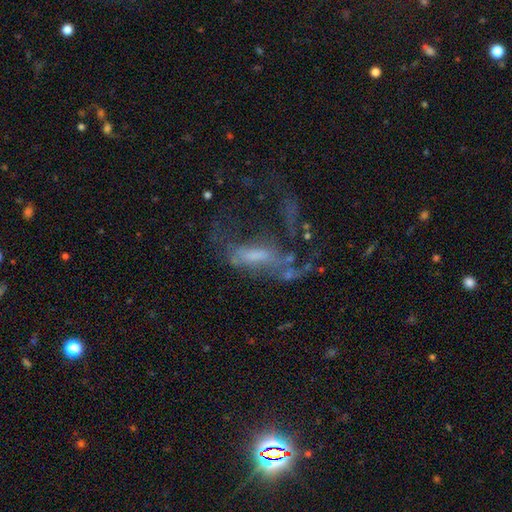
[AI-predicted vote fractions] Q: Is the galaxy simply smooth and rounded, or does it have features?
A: featured or disk — 62%.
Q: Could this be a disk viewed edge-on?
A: no — 87%.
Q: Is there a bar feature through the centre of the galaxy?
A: no — 42%.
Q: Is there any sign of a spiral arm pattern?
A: no — 52%.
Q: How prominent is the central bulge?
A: small — 33%.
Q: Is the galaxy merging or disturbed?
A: major disturbance — 49%.